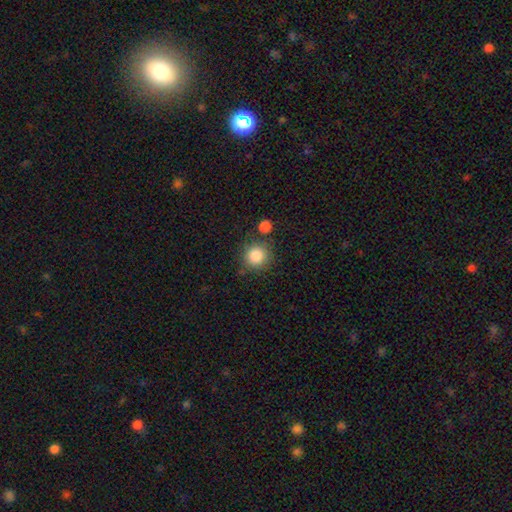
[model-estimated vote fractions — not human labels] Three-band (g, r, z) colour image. It shows a smooth galaxy with no disk features (86%) that is round (91%). Merging: none (76%).